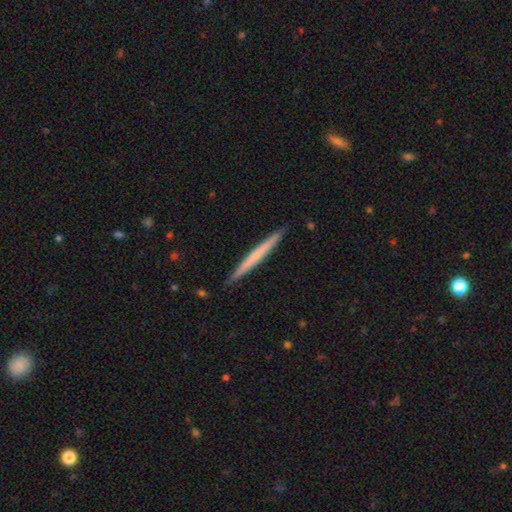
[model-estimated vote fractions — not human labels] Q: Smooth or featured?
A: smooth (53%); runner-up: featured or disk (42%)
Q: How rounded?
A: cigar-shaped (97%); runner-up: in between (2%)
Q: Merging?
A: none (92%); runner-up: minor disturbance (6%)